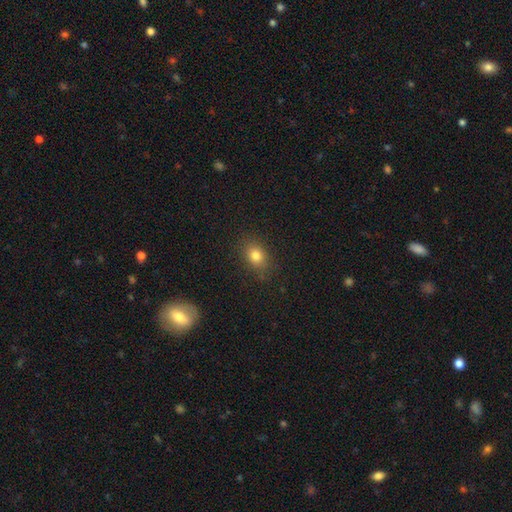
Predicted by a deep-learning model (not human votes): Smooth or featured? Predicted: smooth (p=0.79). How rounded? Predicted: in between (p=0.61). Merging? Predicted: none (p=0.85).